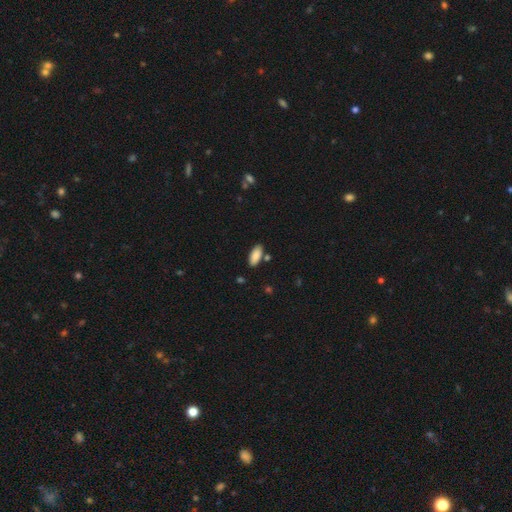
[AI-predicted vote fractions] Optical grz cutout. It shows a smooth galaxy with no disk features (87%) that is in between round and cigar-shaped (85%). Merging: none (81%).